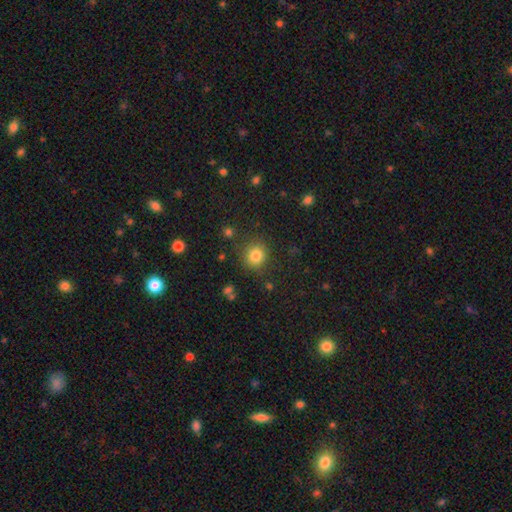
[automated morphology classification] Smooth or featured? Predicted: smooth (p=0.82). How rounded? Predicted: round (p=0.87). Merging? Predicted: none (p=0.84).